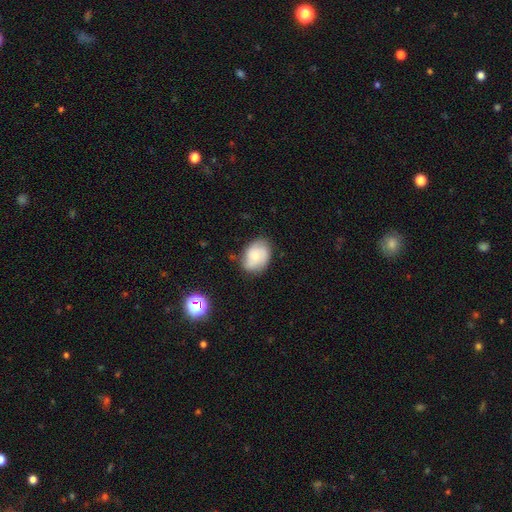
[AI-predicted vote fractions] Morphology: type=smooth (53%); roundness=in between (69%); merging=none (70%).